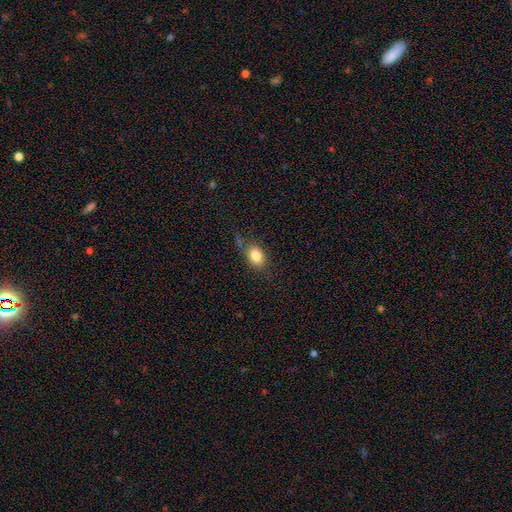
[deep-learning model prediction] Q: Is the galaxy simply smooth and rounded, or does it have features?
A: smooth — 82%.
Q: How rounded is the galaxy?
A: in between — 72%.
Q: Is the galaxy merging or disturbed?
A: none — 71%.